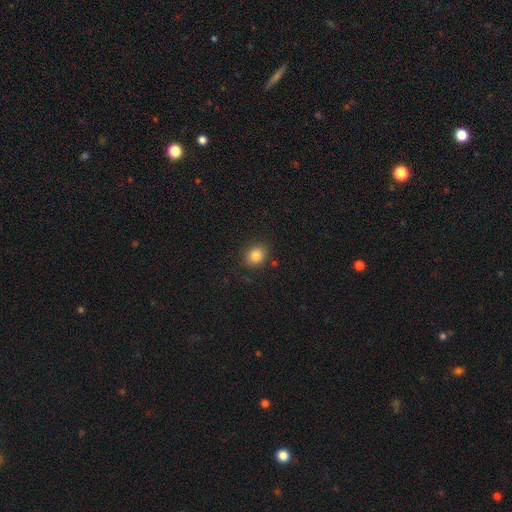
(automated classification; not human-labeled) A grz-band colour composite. It shows a smooth galaxy with no disk features (83%) that is round (66%). Merging: none (85%).